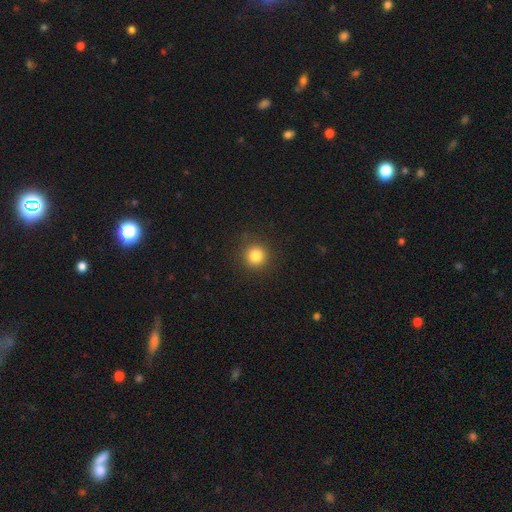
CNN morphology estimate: A smooth galaxy with no disk features (83%) that is round (93%).

Vote fractions:
- Smooth or featured? smooth: 83% / star or artifact: 12% / featured or disk: 5%
- How rounded? round: 93% / in between: 6% / cigar-shaped: 1%
- Merging? none: 90% / minor disturbance: 6% / major disturbance: 2% / merger: 1%